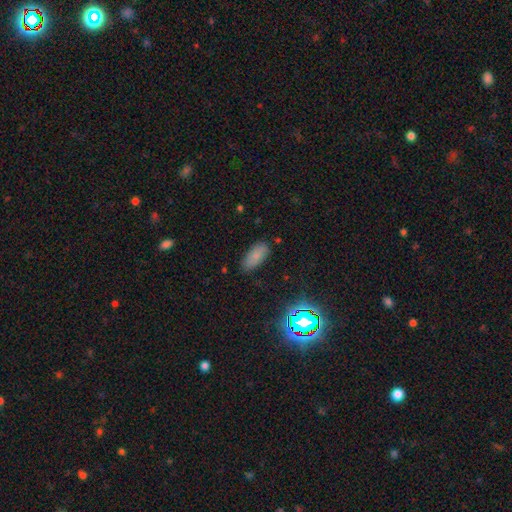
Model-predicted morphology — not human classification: This is clearly a smooth galaxy (81%). How rounded: clearly in between (83%). Merging: clearly none (84%).